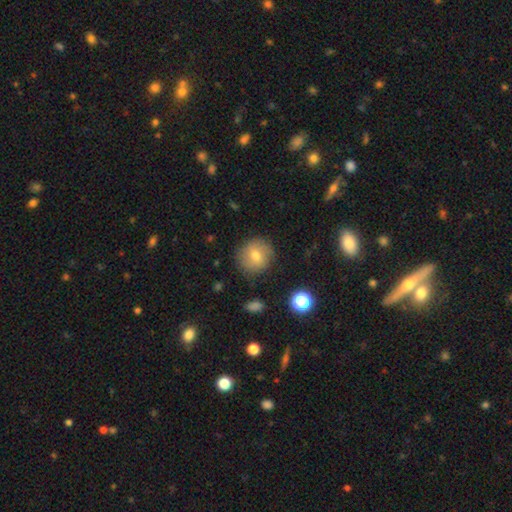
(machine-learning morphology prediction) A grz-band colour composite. It shows a smooth galaxy with no disk features (65%) that is round (90%). Merging: none (84%).